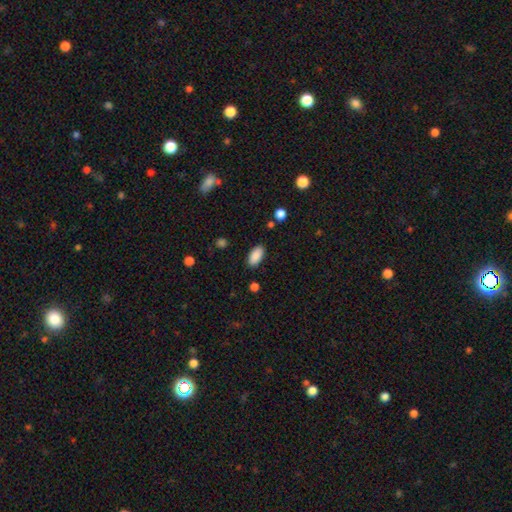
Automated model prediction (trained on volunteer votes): Smooth or featured? smooth (89%)
How rounded? in between (93%)
Merging? none (86%)